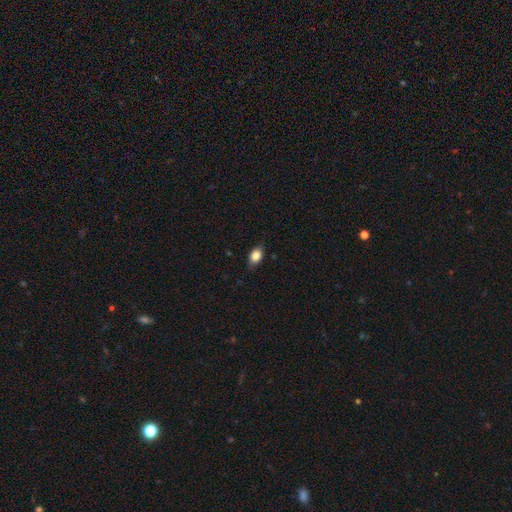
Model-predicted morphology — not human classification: Q: Smooth or featured?
A: smooth (84%); runner-up: featured or disk (8%)
Q: How rounded?
A: in between (82%); runner-up: round (16%)
Q: Merging?
A: none (80%); runner-up: minor disturbance (16%)